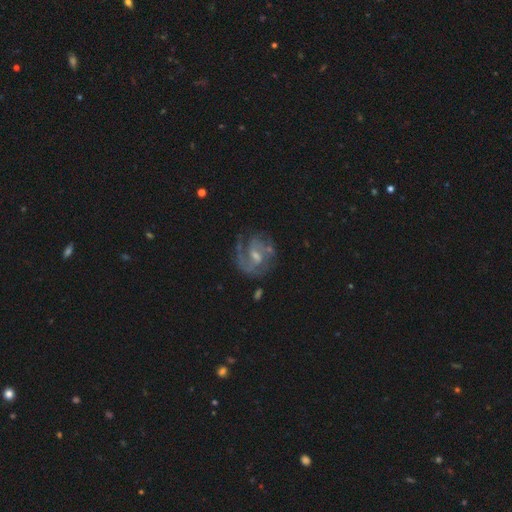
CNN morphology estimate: Smooth or featured? featured or disk (82%)
Edge-on disk? no (98%)
Bar? weak (53%)
Spiral arms? yes (92%)
Spiral winding? medium (45%)
Spiral arm count? 2 (52%)
Bulge size? small (48%)
Merging? none (66%)